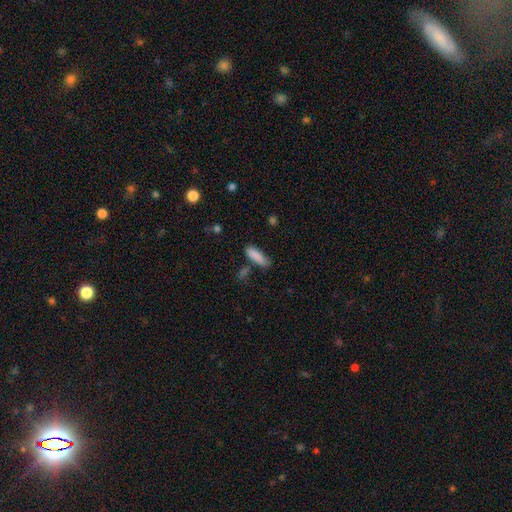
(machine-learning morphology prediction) A smooth galaxy with no disk features (86%) that is cigar-shaped (56%). Merging: none (68%).